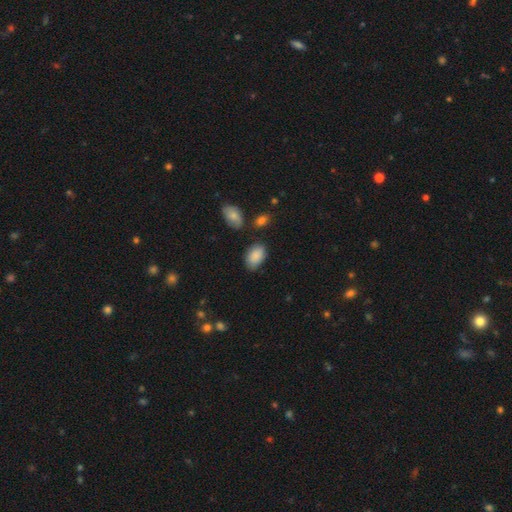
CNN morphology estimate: type=smooth (87%); roundness=in between (90%); merging=none (72%).